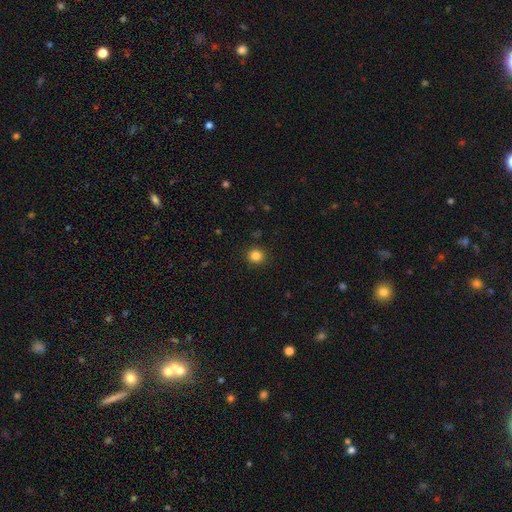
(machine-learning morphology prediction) Smooth or featured? smooth (84%)
How rounded? round (89%)
Merging? none (90%)